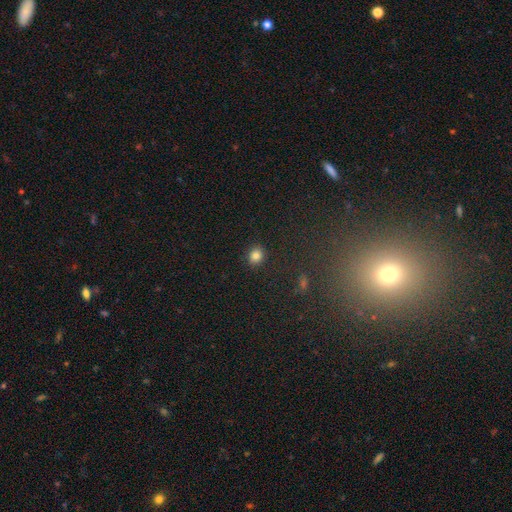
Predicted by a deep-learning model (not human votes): Smooth or featured? smooth (84%)
How rounded? round (72%)
Merging? none (90%)